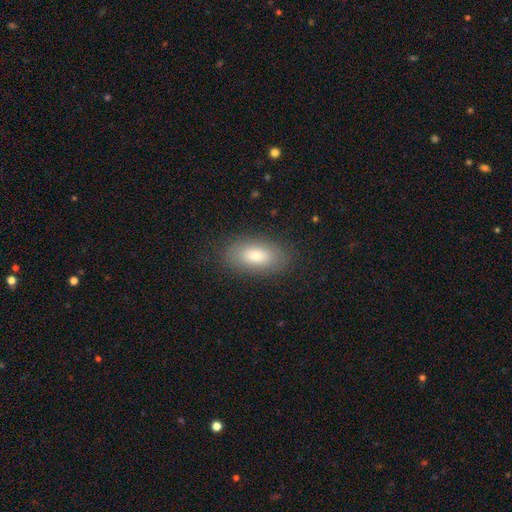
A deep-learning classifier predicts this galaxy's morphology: Smooth or featured: smooth — 80% (featured or disk — 13%)
How rounded: in between — 91% (cigar-shaped — 5%)
Merging: none — 85% (minor disturbance — 11%)